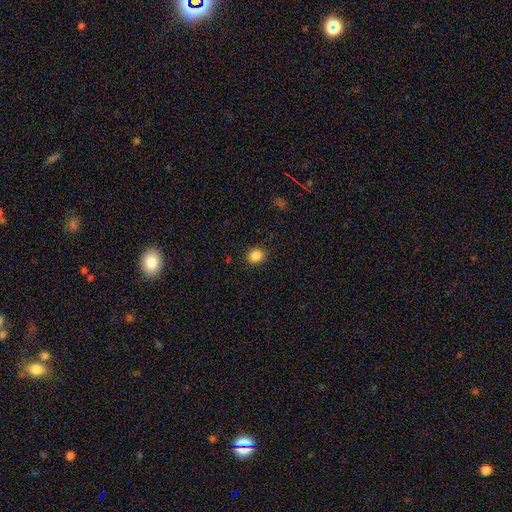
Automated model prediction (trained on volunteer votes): Smooth or featured? Predicted: smooth (p=0.86). How rounded? Predicted: round (p=0.71). Merging? Predicted: none (p=0.90).